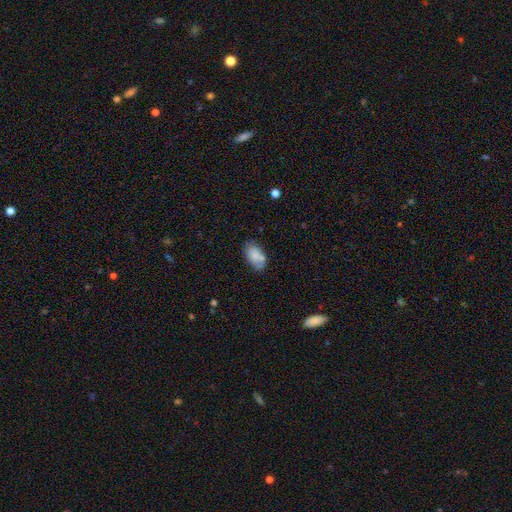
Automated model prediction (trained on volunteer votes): Smooth or featured? smooth (75%)
How rounded? in between (92%)
Merging? none (58%)